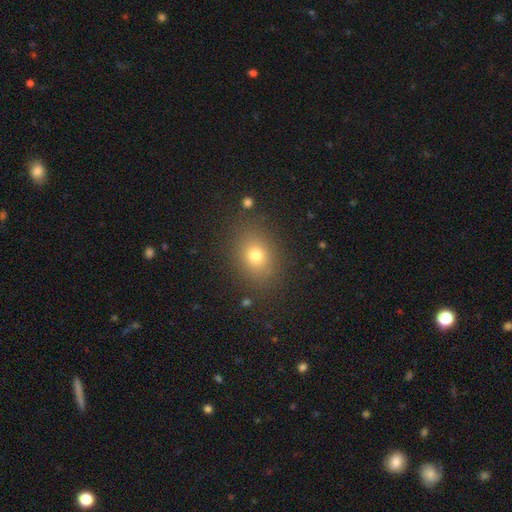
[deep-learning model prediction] Smooth or featured?
  - smooth: 72% *
  - star or artifact: 17%
  - featured or disk: 11%
How rounded?
  - in between: 57% *
  - round: 41%
  - cigar-shaped: 1%
Merging?
  - none: 85% *
  - minor disturbance: 9%
  - major disturbance: 4%
  - merger: 2%